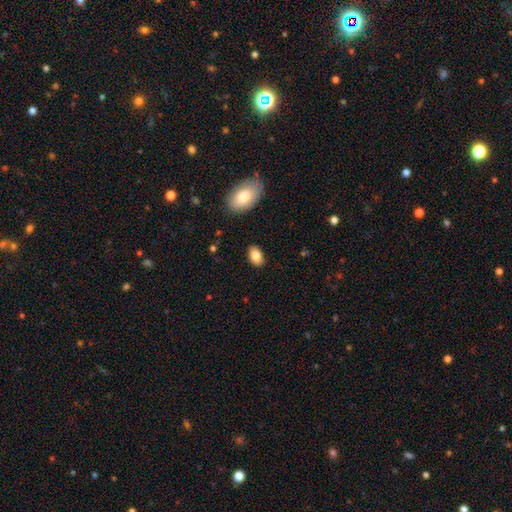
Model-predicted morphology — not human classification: This is clearly a smooth galaxy (83%). How rounded: clearly in between (89%). Merging: clearly none (87%).